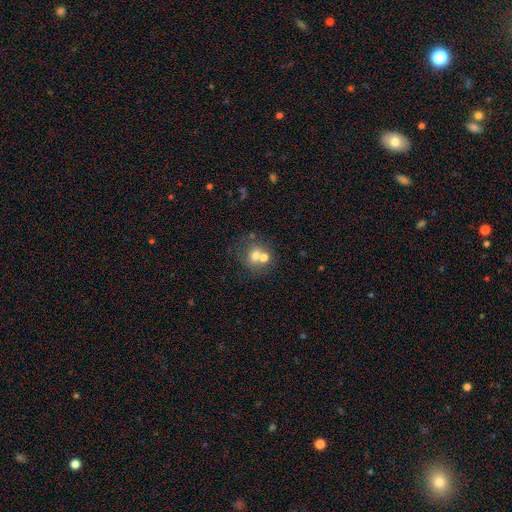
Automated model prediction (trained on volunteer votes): This is likely a smooth galaxy (65%). How rounded: likely round (77%). Merging: marginally merger (44%).